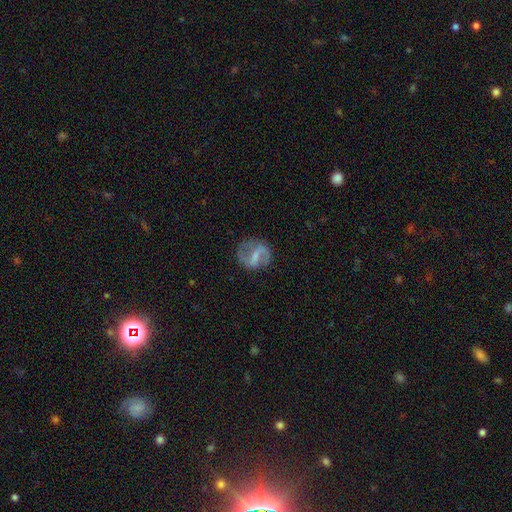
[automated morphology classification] type=featured or disk (69%); edge-on=no (96%); bar=strong (48%); spiral arms=yes (77%); winding=medium (43%); arm count=2 (82%); bulge=none (39%); merging=none (69%).